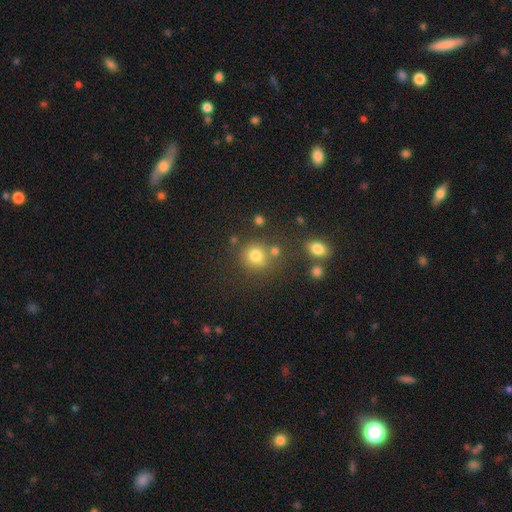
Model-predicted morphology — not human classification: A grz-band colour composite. It shows a smooth galaxy with no disk features (77%) that is round (88%). Merging: none (71%).